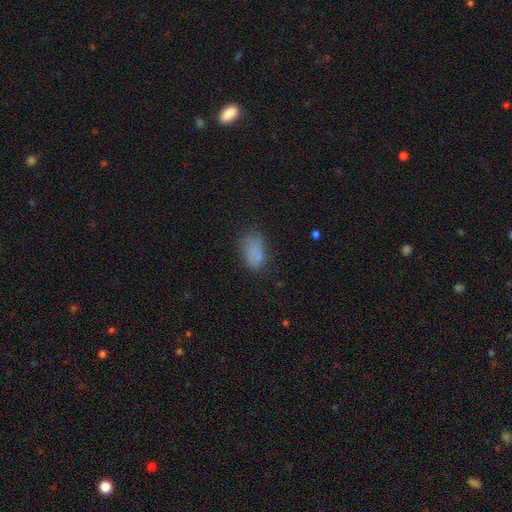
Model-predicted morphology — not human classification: Smooth or featured?
  - smooth: 76% *
  - star or artifact: 13%
  - featured or disk: 11%
How rounded?
  - in between: 90% *
  - round: 7%
  - cigar-shaped: 3%
Merging?
  - none: 54% *
  - minor disturbance: 26%
  - major disturbance: 14%
  - merger: 5%